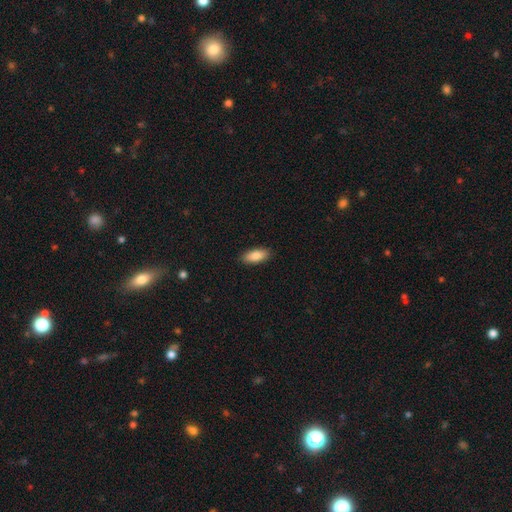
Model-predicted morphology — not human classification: This appears to be a smooth galaxy with no disk features (86%) that is in between round and cigar-shaped (83%). Merging: none (89%).